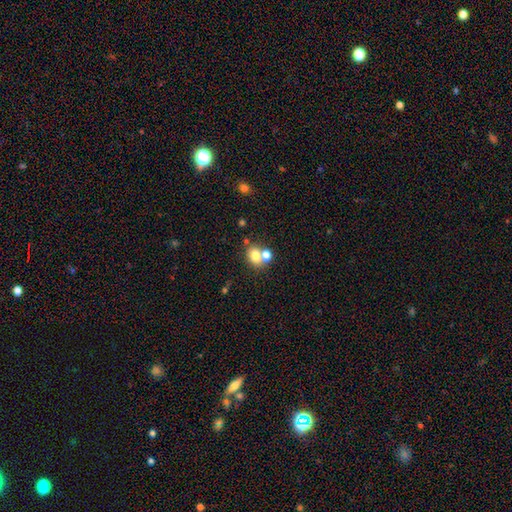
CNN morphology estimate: smooth 74%, featured or disk 13%, star or artifact 13%. Down the decision tree: how rounded — round (50%); merging — none (46%).